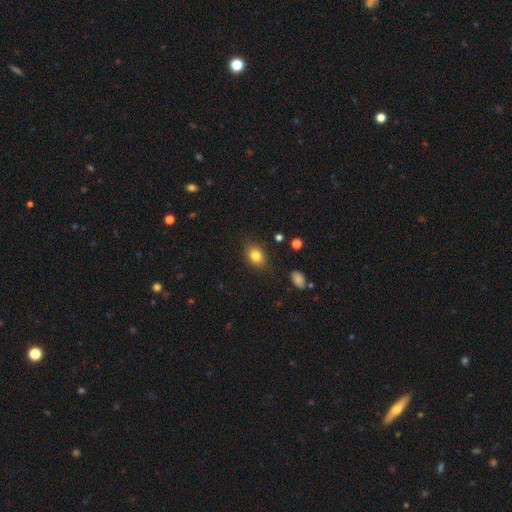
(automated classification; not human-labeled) Overall: smooth (81%). How rounded: in between (63%; round 36%). Merging: none (83%).